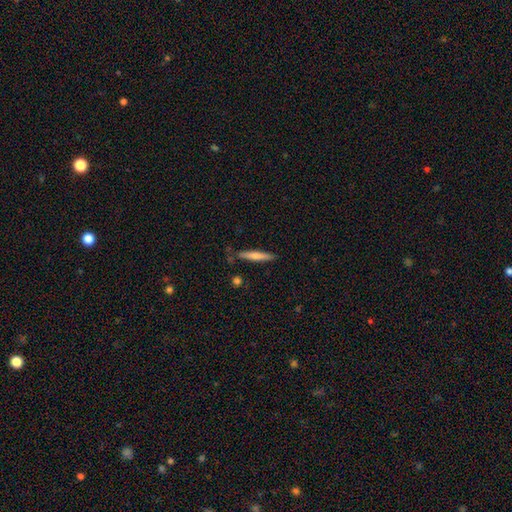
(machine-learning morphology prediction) This appears to be a smooth galaxy with no disk features (65%) that is cigar-shaped (93%). Merging: none (82%).